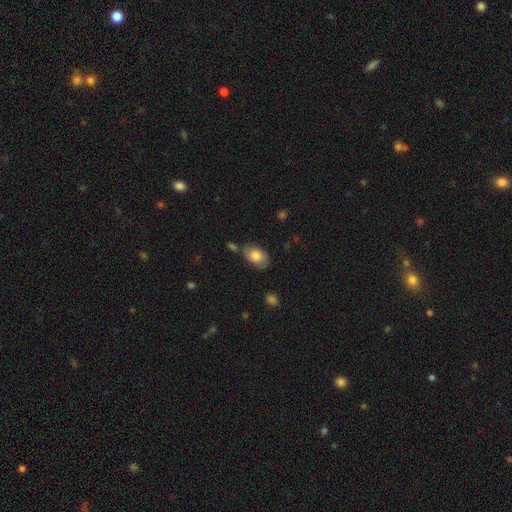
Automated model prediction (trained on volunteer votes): This appears to be a smooth galaxy with no disk features (79%) that is in between round and cigar-shaped (87%). Merging: none (67%).